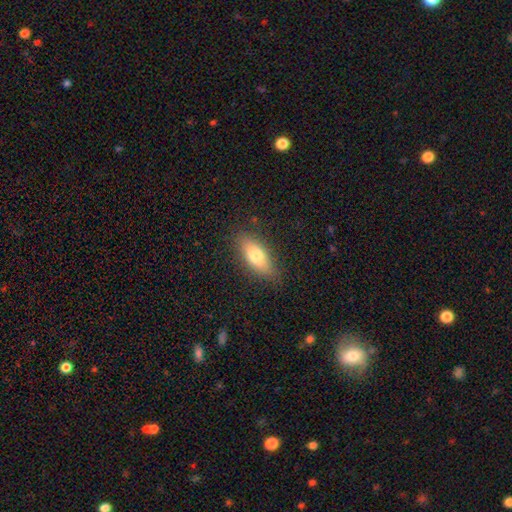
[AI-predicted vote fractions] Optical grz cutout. It shows a smooth galaxy with no disk features (74%) that is in between round and cigar-shaped (74%). Merging: none (84%).